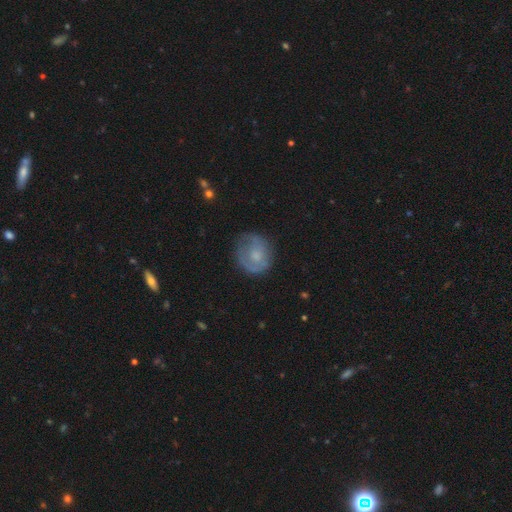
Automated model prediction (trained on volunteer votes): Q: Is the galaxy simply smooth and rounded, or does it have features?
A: smooth — 47%.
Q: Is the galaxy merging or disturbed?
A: none — 68%.